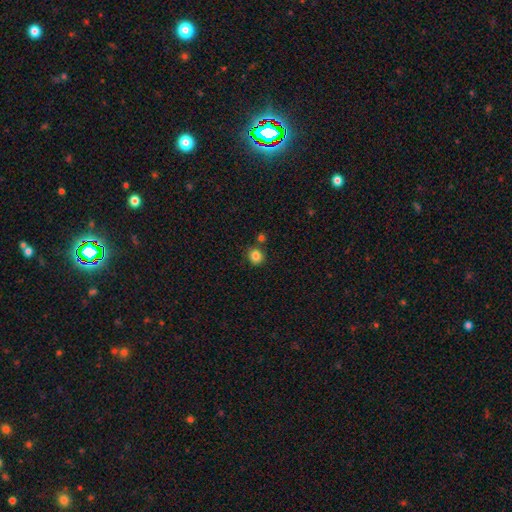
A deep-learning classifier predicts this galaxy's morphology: The model was most divided on "merging": none: 79%, merger: 10%, minor disturbance: 9%, major disturbance: 3%. More confident: how rounded — round (87%); smooth or featured — smooth (84%).